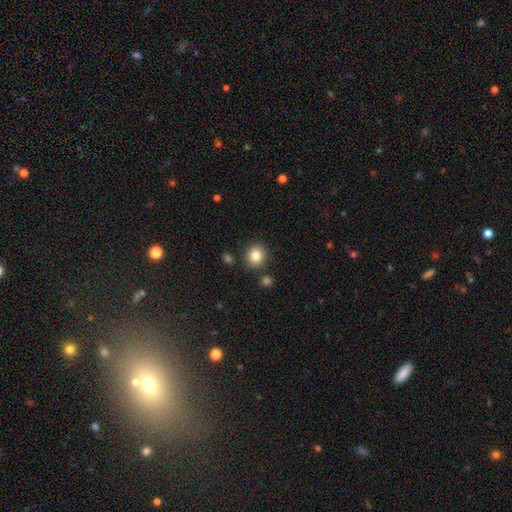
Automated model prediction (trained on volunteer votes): Q: Smooth or featured?
A: smooth (84%); runner-up: star or artifact (10%)
Q: How rounded?
A: round (79%); runner-up: in between (20%)
Q: Merging?
A: none (85%); runner-up: minor disturbance (8%)